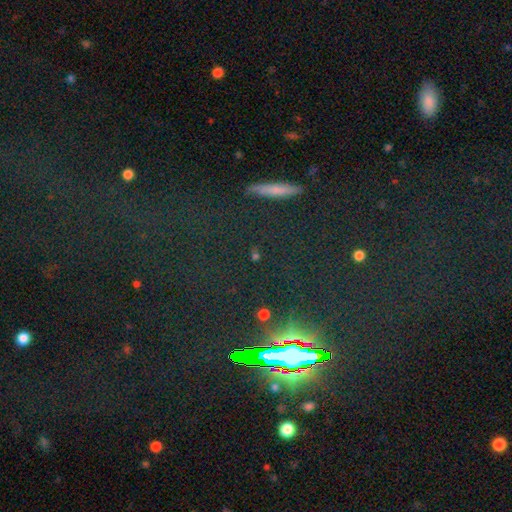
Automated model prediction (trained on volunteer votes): star or artifact 59%, smooth 28%, featured or disk 13%.